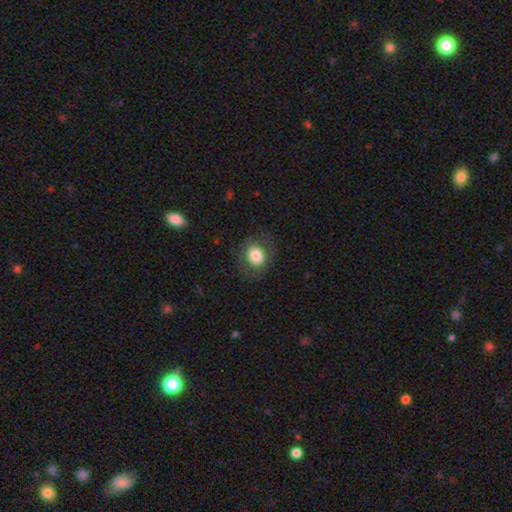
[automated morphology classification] A smooth galaxy with no disk features (78%) that is round (67%).

Vote fractions:
- Smooth or featured? smooth: 78% / featured or disk: 13% / star or artifact: 9%
- How rounded? round: 67% / in between: 33% / cigar-shaped: 1%
- Merging? none: 81% / minor disturbance: 12% / major disturbance: 7% / merger: 1%